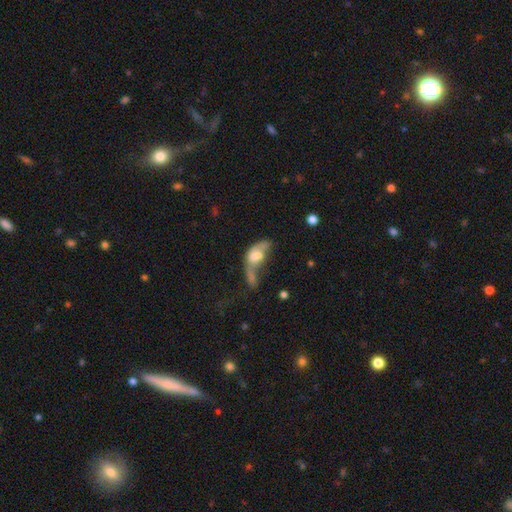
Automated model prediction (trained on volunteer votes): The model was most divided on "smooth or featured": smooth: 54%, featured or disk: 36%, star or artifact: 10%. Remaining: how rounded — in between (80%); merging — merger (48%).